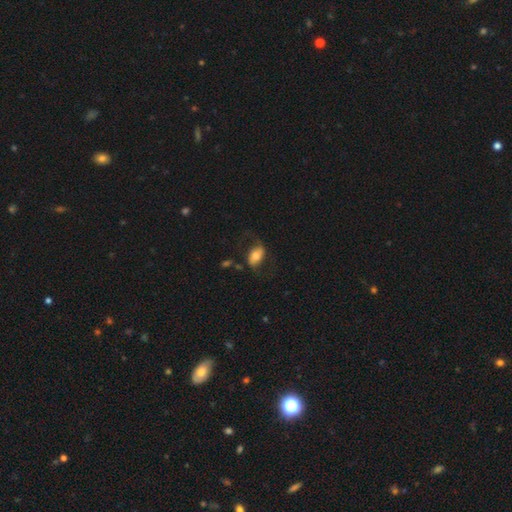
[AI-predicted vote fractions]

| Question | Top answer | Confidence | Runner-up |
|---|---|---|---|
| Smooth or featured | smooth | 53% | featured or disk (39%) |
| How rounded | in between | 87% | round (9%) |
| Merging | none | 61% | minor disturbance (21%) |